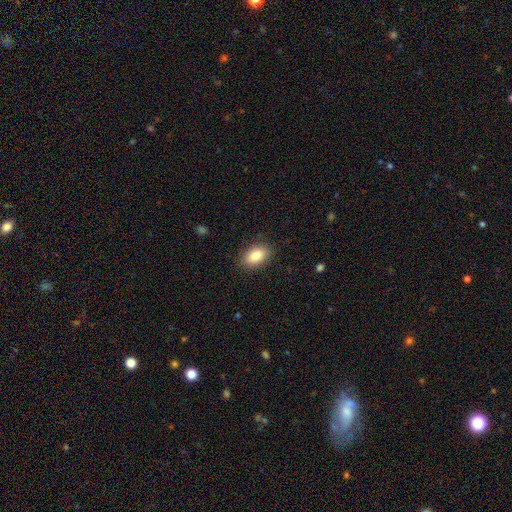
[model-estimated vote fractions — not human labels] A smooth galaxy with no disk features (85%) that is in between round and cigar-shaped (91%). Merging: none (88%).